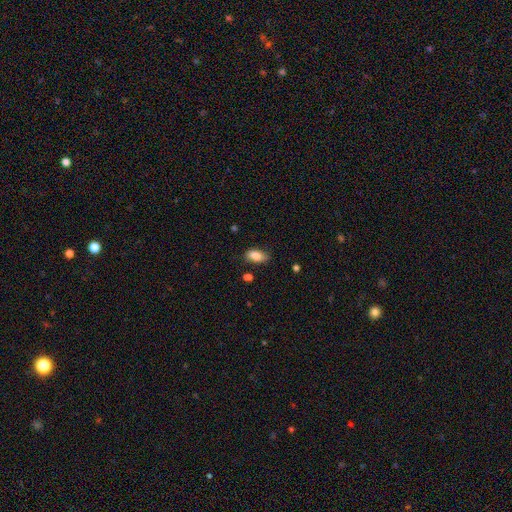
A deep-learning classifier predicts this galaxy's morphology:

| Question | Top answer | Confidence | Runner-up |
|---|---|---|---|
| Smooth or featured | smooth | 86% | star or artifact (7%) |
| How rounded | in between | 90% | round (5%) |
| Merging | none | 74% | minor disturbance (20%) |